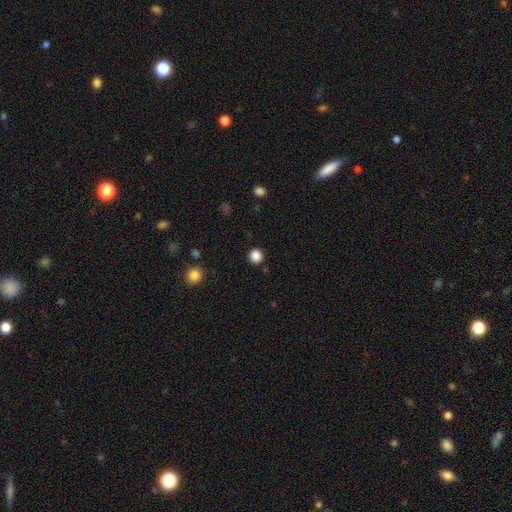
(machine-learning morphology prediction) smooth 86%, star or artifact 11%, featured or disk 3%. Down the decision tree: how rounded — round (90%); merging — none (90%).